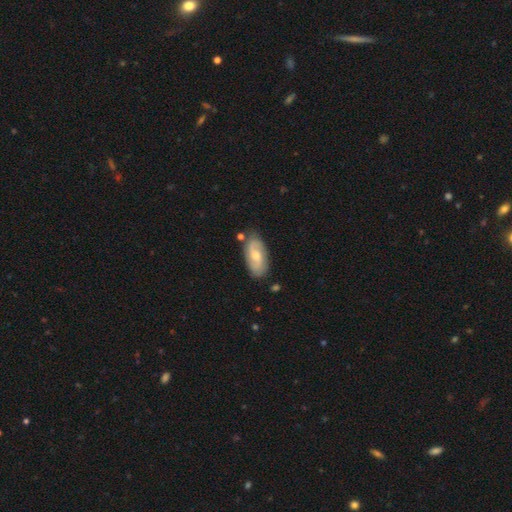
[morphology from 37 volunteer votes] This appears to be a featured or disk galaxy (68%) with no bar (67%), 2 (70%) medium (43%) spiral arms (96%) and a moderate central bulge (54%). Merging: none (71%).